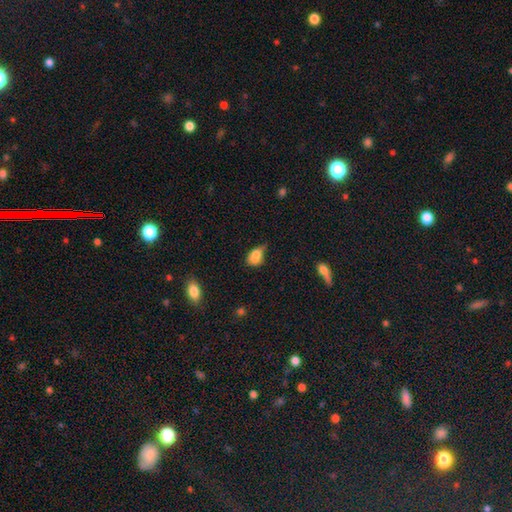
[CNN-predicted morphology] Q: Smooth or featured?
A: smooth (78%); runner-up: featured or disk (12%)
Q: How rounded?
A: in between (81%); runner-up: round (15%)
Q: Merging?
A: minor disturbance (43%); runner-up: none (31%)